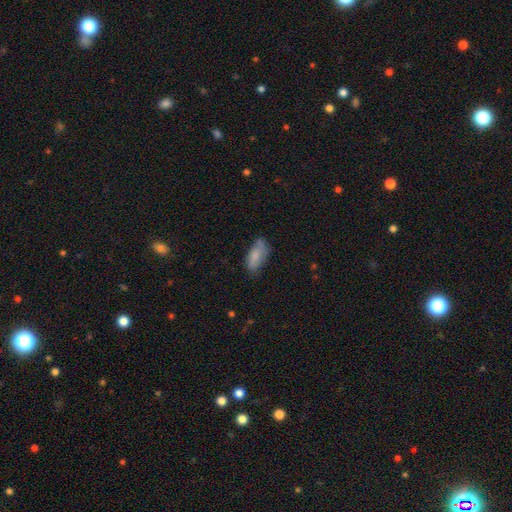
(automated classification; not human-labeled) Smooth or featured?
  - smooth: 77% *
  - featured or disk: 16%
  - star or artifact: 7%
How rounded?
  - in between: 84% *
  - cigar-shaped: 13%
  - round: 2%
Merging?
  - none: 59% *
  - minor disturbance: 29%
  - major disturbance: 8%
  - merger: 4%